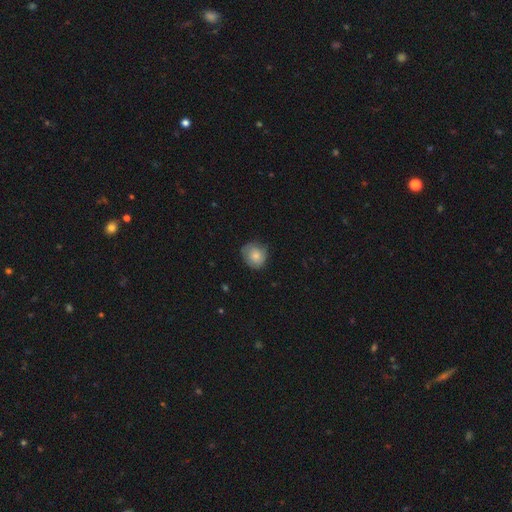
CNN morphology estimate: Smooth or featured? Predicted: smooth (p=0.77). How rounded? Predicted: round (p=0.80). Merging? Predicted: none (p=0.70).